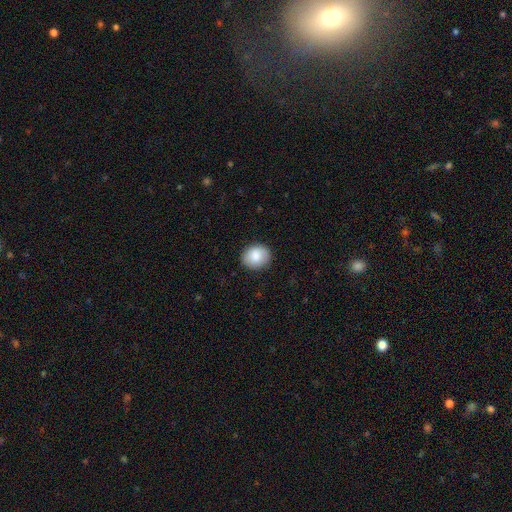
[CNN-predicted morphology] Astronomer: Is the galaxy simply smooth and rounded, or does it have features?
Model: smooth — 84%.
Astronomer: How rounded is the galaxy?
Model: round — 65%.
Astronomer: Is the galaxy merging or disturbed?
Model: none — 87%.